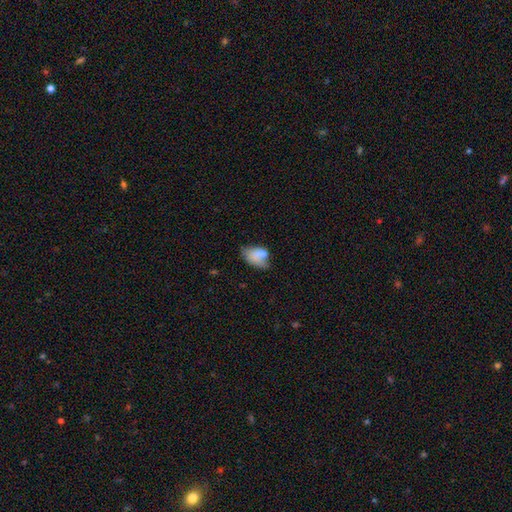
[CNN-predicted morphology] A smooth galaxy with no disk features (71%) that is in between round and cigar-shaped (85%).

Vote fractions:
- Smooth or featured? smooth: 71% / featured or disk: 20% / star or artifact: 9%
- How rounded? in between: 85% / round: 13% / cigar-shaped: 2%
- Merging? minor disturbance: 29% / none: 28% / major disturbance: 23% / merger: 20%